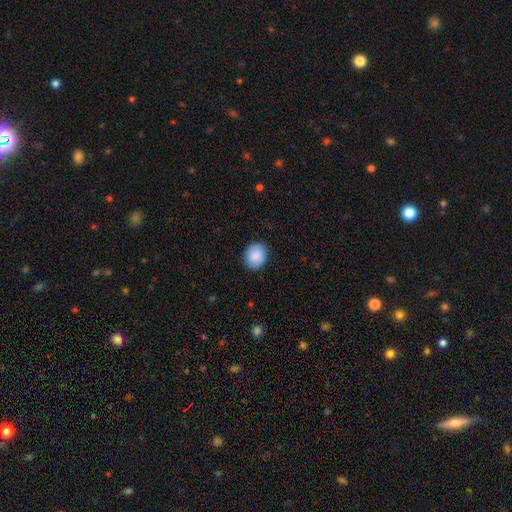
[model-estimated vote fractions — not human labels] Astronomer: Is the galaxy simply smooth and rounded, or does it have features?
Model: smooth — 88%.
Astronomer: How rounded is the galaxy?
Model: round — 56% (runner-up: in between, 43%).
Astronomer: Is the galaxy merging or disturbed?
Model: none — 88%.